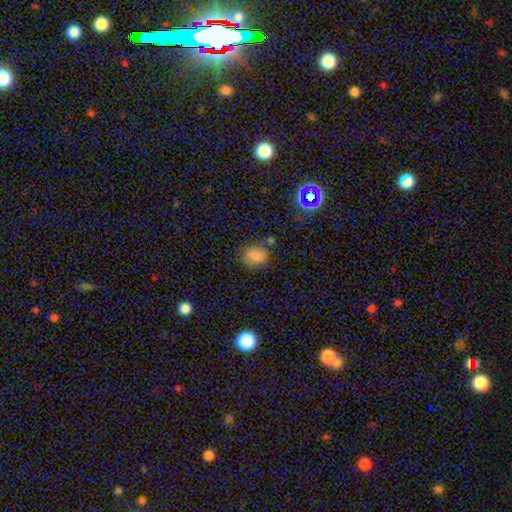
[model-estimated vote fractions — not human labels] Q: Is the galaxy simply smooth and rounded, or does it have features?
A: smooth — 72%.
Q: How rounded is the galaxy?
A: round — 64%.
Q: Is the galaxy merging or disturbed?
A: none — 70%.